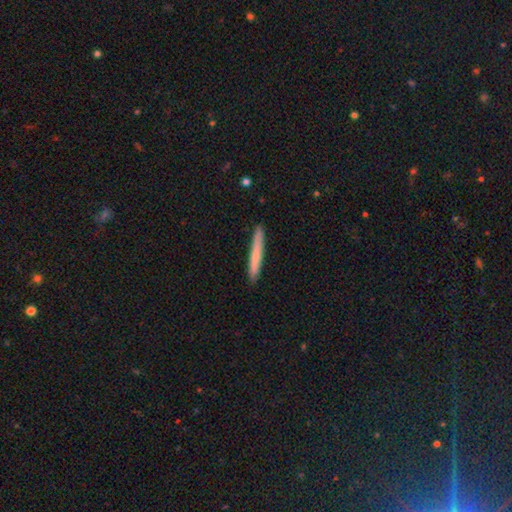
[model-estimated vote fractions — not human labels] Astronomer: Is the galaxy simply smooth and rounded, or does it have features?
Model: smooth — 66%.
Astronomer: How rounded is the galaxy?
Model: cigar-shaped — 96%.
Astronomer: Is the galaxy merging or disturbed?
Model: none — 90%.